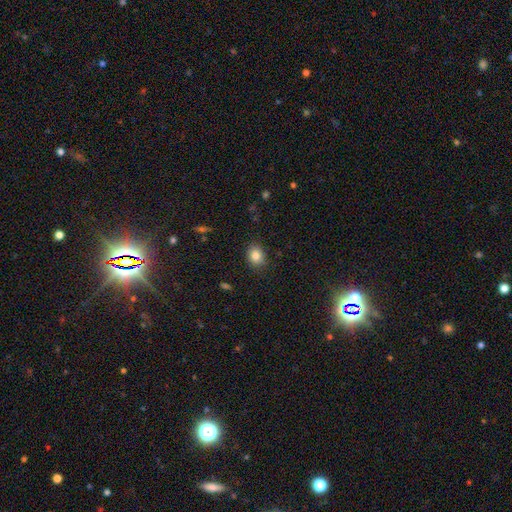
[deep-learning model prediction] smooth_or_featured: smooth (p=0.84) [alt: star or artifact p=0.10]
how_rounded: in between (p=0.53) [alt: round p=0.46]
merging: none (p=0.86) [alt: minor disturbance p=0.10]